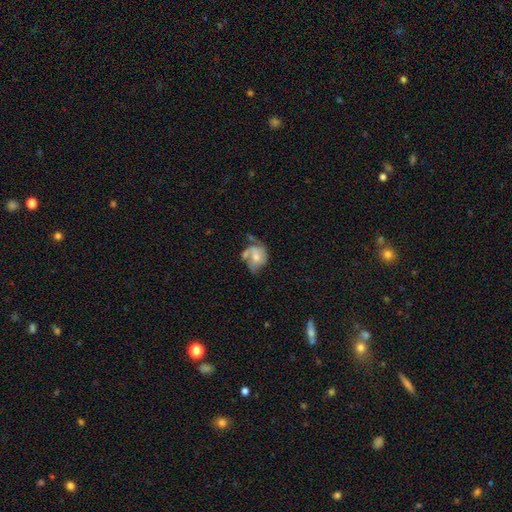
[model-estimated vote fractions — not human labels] Overall: featured or disk (56%; smooth 37%). Edge-on disk: no (97%). Bar: no (72%). Spiral arms: yes (71%). Bulge size: moderate (56%; small 30%). Merging: none (31%; major disturbance 25%).